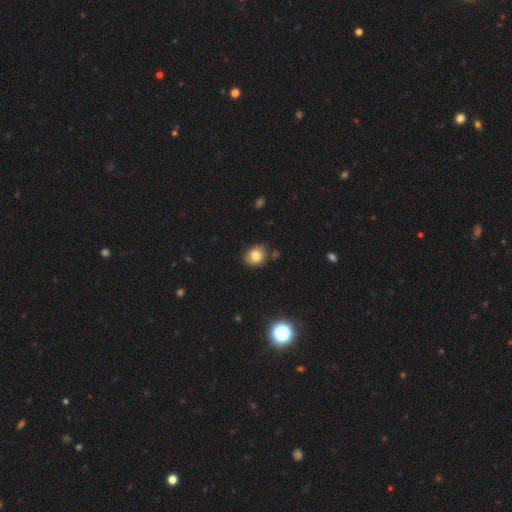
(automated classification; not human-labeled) smooth-or-featured: smooth: 80% | star or artifact: 10% | featured or disk: 9%
  how-rounded: round: 60% | in between: 39% | cigar-shaped: 1%
  merging: none: 76% | minor disturbance: 17% | merger: 3% | major disturbance: 3%